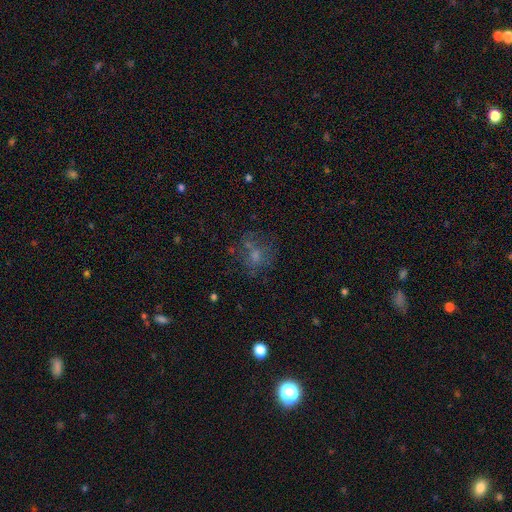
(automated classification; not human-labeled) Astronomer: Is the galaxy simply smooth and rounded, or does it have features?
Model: smooth — 45% (runner-up: featured or disk, 30%).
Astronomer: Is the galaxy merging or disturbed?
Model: none — 60%.